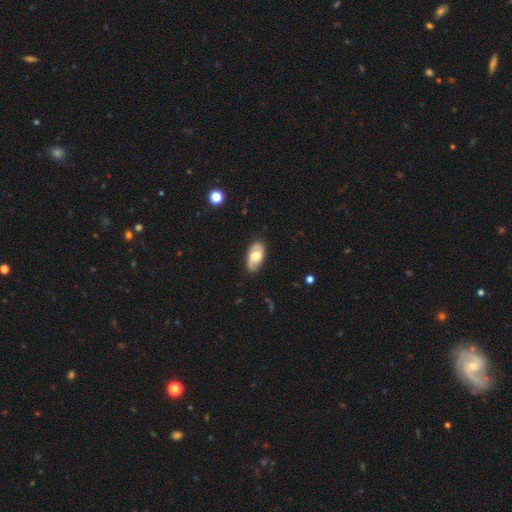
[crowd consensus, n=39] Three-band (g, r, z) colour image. It shows a featured or disk galaxy (77%) with no bar (54%), 2 (100%) medium (50%) spiral arms (92%) and a moderate central bulge (65%). Merging: none (89%).